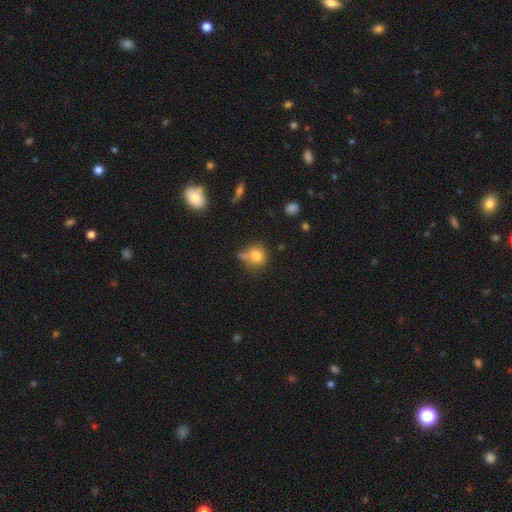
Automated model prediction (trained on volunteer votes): Smooth or featured: smooth — 79% (star or artifact — 12%)
How rounded: round — 77% (in between — 21%)
Merging: none — 55% (minor disturbance — 20%)